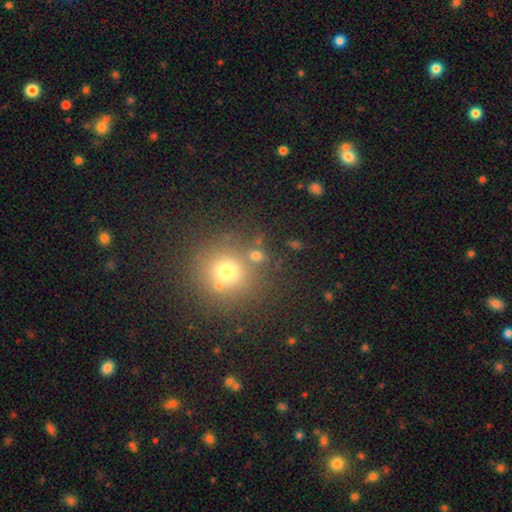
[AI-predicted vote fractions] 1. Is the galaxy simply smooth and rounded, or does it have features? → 68% smooth, 21% star or artifact, 11% featured or disk.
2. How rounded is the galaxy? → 79% round, 19% in between, 2% cigar-shaped.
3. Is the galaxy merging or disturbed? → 67% none, 18% merger, 10% minor disturbance, 6% major disturbance.